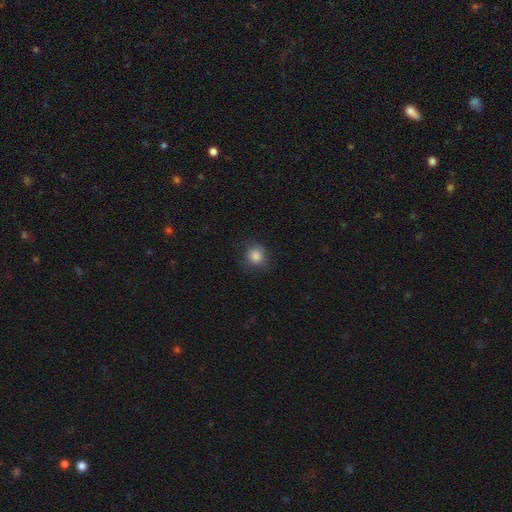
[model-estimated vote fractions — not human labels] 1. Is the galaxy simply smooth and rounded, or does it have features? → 85% smooth, 10% star or artifact, 6% featured or disk.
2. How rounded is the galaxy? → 81% round, 18% in between, 1% cigar-shaped.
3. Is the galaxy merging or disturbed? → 75% none, 18% minor disturbance, 6% major disturbance, 1% merger.